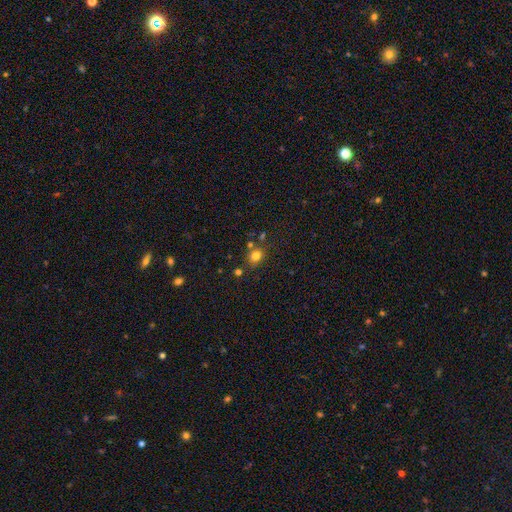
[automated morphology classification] The model was most divided on "how rounded": round: 73%, in between: 26%, cigar-shaped: 1%. More confident: smooth or featured — smooth (78%); merging — none (72%).